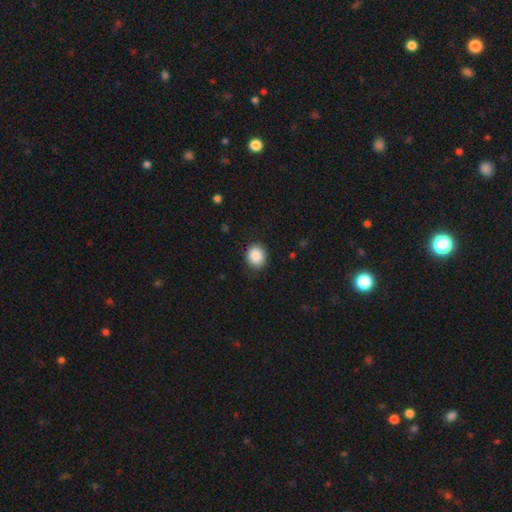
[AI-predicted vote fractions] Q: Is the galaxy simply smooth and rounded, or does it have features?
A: smooth — 88%.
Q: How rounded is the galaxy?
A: round — 68%.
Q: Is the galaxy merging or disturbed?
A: none — 87%.